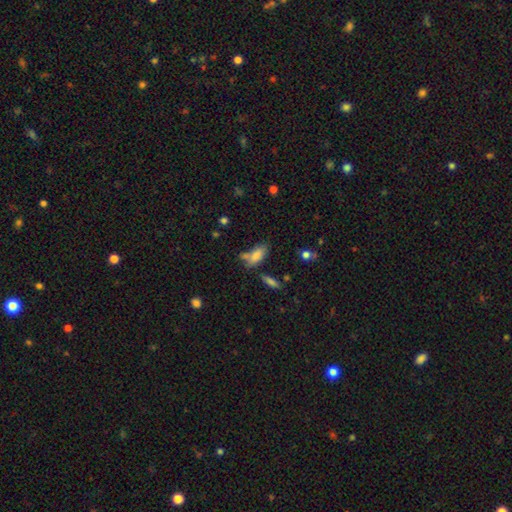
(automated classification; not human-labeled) Smooth or featured?
  - smooth: 80% *
  - featured or disk: 11%
  - star or artifact: 9%
How rounded?
  - in between: 83% *
  - cigar-shaped: 14%
  - round: 3%
Merging?
  - none: 51% *
  - minor disturbance: 21%
  - merger: 21%
  - major disturbance: 8%